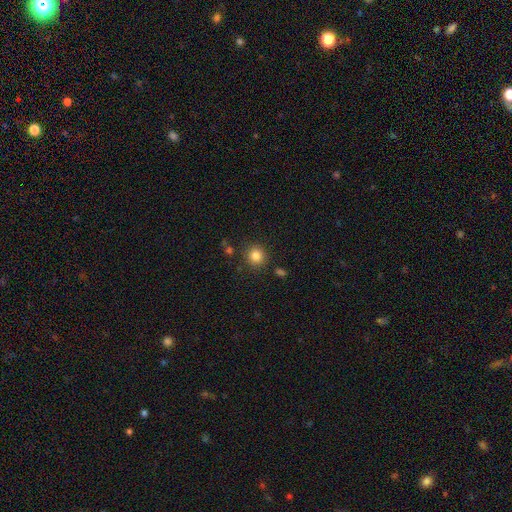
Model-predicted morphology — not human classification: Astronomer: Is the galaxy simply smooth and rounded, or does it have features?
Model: smooth — 84%.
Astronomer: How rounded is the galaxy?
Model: round — 89%.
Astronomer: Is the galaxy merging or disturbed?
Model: none — 86%.